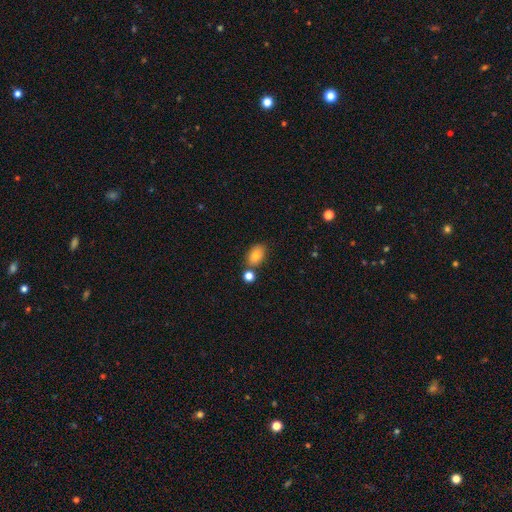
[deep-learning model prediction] The model was most divided on "merging": none: 70%, merger: 13%, minor disturbance: 13%, major disturbance: 3%. More confident: how rounded — in between (84%); smooth or featured — smooth (79%).